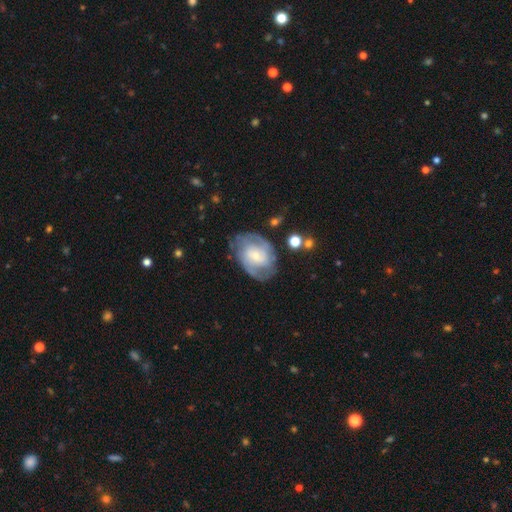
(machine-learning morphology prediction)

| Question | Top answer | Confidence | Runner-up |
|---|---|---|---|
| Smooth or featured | featured or disk | 73% | smooth (21%) |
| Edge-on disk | no | 97% | yes (3%) |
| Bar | no | 51% | weak (39%) |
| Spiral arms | yes | 87% | no (13%) |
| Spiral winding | medium | 42% | tied: tight (42%) |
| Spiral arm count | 2 | 53% | can't tell (27%) |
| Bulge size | small | 65% | moderate (27%) |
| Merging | none | 67% | minor disturbance (20%) |